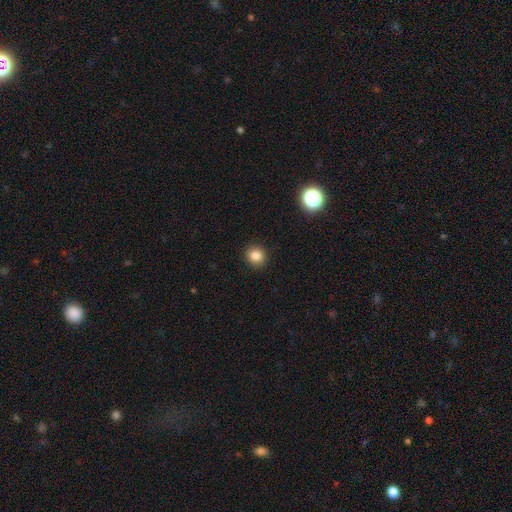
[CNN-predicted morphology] Overall: smooth (84%). How rounded: round (88%). Merging: none (92%).